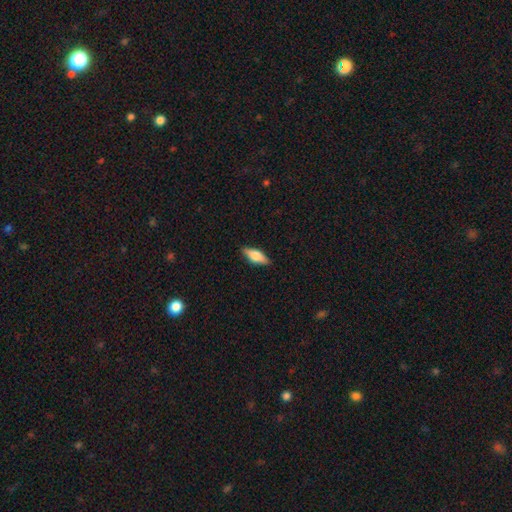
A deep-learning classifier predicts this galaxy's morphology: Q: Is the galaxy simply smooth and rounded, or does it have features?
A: smooth — 61%.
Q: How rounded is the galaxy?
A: in between — 65%.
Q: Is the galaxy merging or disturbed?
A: none — 88%.